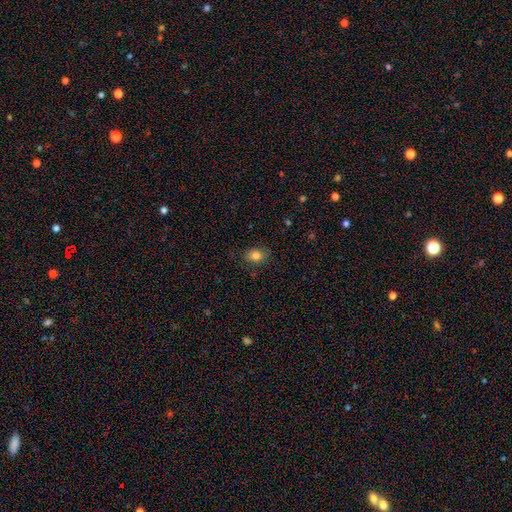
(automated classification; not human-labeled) Overall: smooth (82%). How rounded: in between (64%; round 35%). Merging: none (82%).